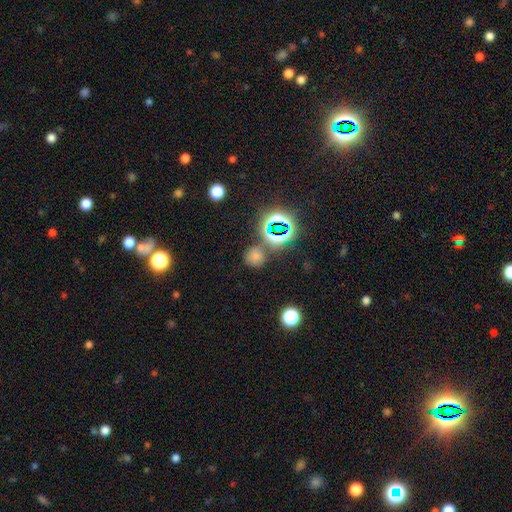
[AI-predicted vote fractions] Smooth or featured? Predicted: smooth (p=0.59). How rounded? Predicted: round (p=0.85). Merging? Predicted: none (p=0.71).